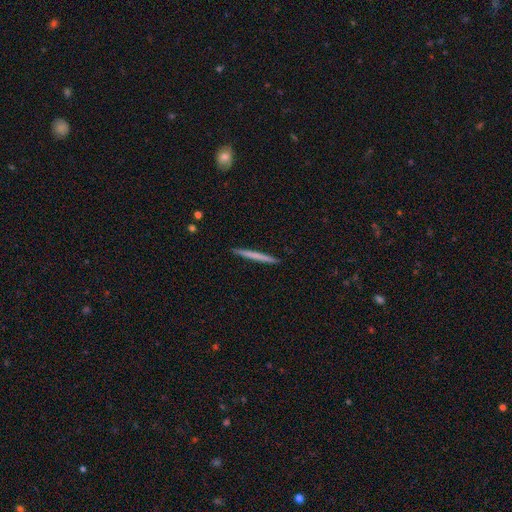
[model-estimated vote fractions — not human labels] Overall: smooth (61%; featured or disk 33%). How rounded: cigar-shaped (97%). Merging: none (93%).